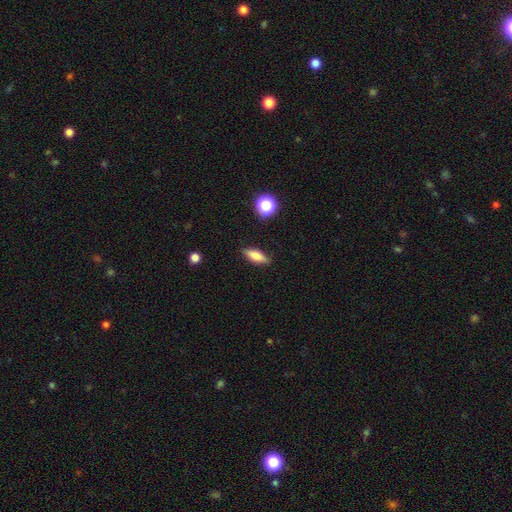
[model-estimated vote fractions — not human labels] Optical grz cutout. It shows a smooth galaxy with no disk features (65%) that is in between round and cigar-shaped (56%). Merging: none (87%).